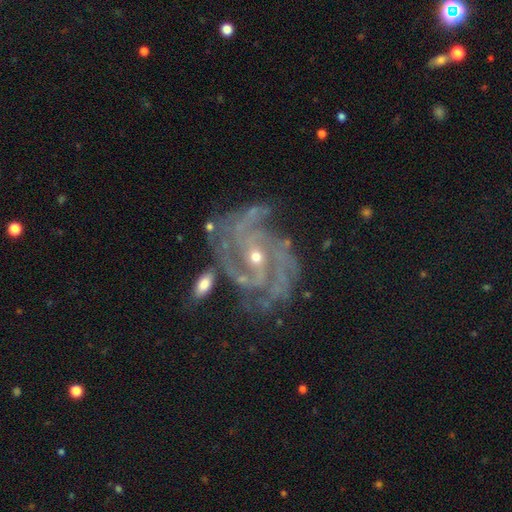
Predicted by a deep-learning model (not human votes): This appears to be a featured or disk galaxy (89%) with no bar (51%), 3 (26%) tight (52%) spiral arms (98%) and a small central bulge (66%). Merging: none (65%).